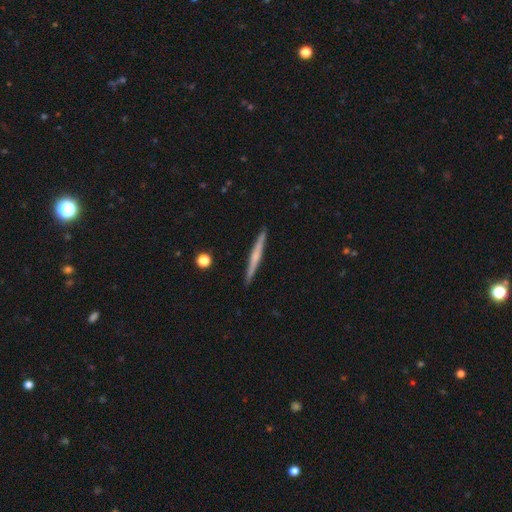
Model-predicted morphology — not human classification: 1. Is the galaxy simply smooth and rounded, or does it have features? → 56% featured or disk, 38% smooth, 6% star or artifact.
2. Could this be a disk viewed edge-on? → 98% yes, 2% no.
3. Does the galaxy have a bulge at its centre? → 46% none, 44% rounded, 9% boxy.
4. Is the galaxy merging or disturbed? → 92% none, 6% minor disturbance, 1% major disturbance, 1% merger.